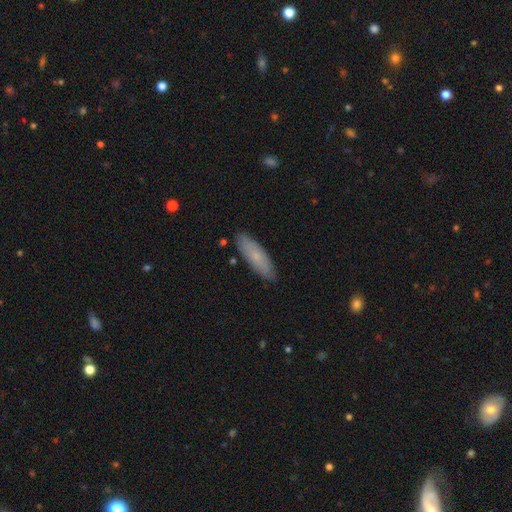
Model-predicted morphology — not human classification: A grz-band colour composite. It shows a smooth galaxy with no disk features (69%) that is cigar-shaped (56%). Merging: none (86%).